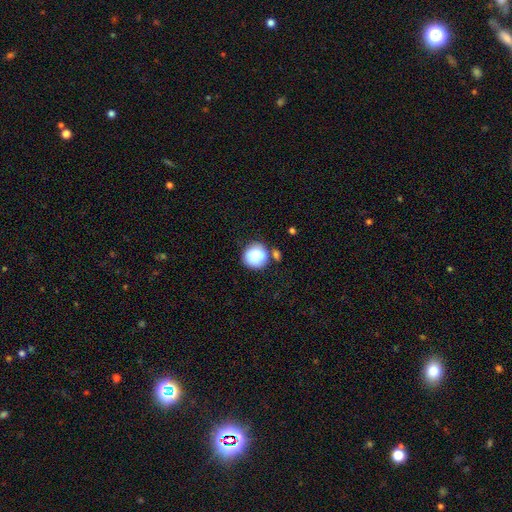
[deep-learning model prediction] A smooth galaxy with no disk features (83%) that is round (90%).

Vote fractions:
- Smooth or featured? smooth: 83% / featured or disk: 9% / star or artifact: 8%
- How rounded? round: 90% / in between: 9% / cigar-shaped: 1%
- Merging? none: 62% / merger: 16% / minor disturbance: 16% / major disturbance: 5%